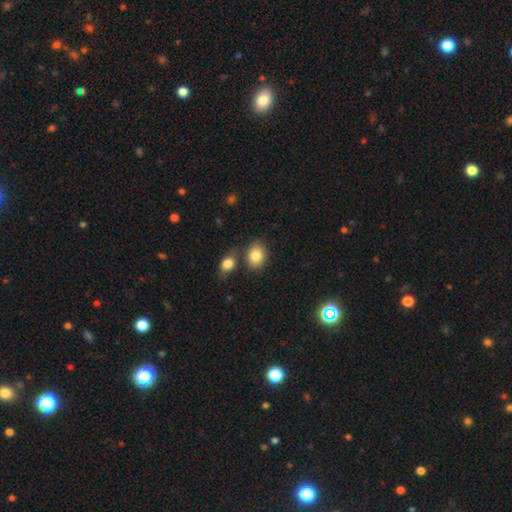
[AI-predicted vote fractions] This appears to be a smooth galaxy with no disk features (84%) that is in between round and cigar-shaped (66%). Merging: none (68%).